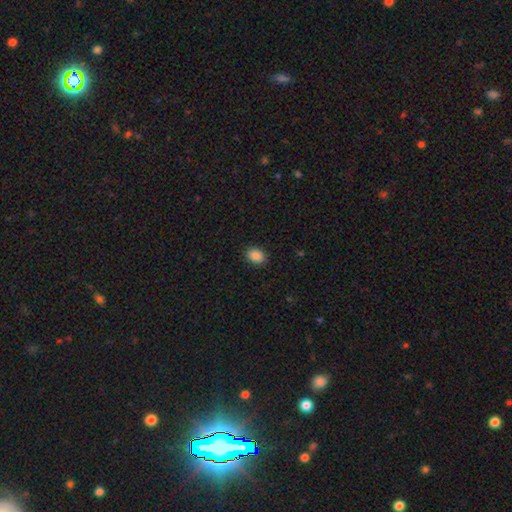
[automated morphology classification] smooth 87%, star or artifact 9%, featured or disk 3%. Down the decision tree: how rounded — in between (63%); merging — none (89%).